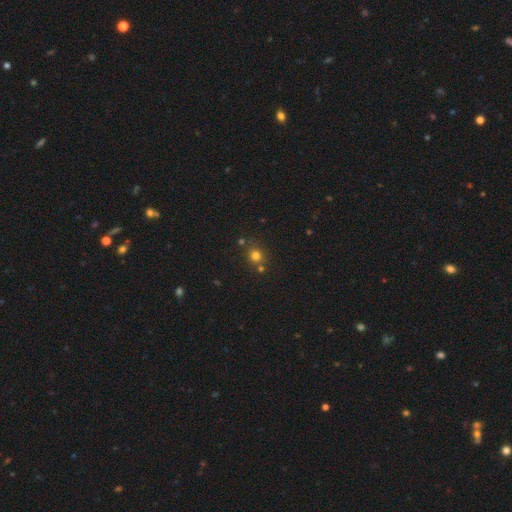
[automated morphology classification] Smooth or featured? smooth (75%)
How rounded? round (86%)
Merging? none (73%)